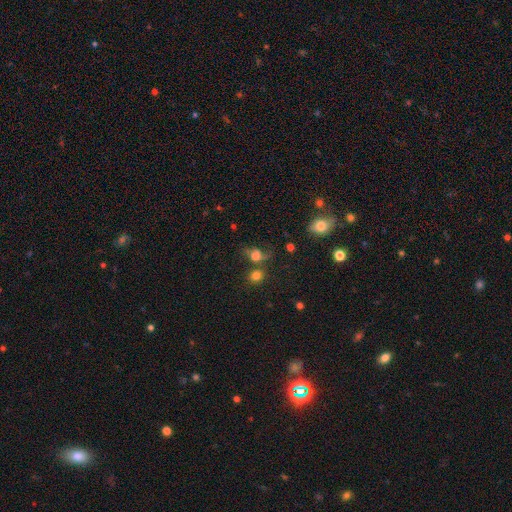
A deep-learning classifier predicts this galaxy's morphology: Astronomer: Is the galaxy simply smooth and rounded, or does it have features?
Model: smooth — 61%.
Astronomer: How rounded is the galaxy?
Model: round — 54% (runner-up: in between, 44%).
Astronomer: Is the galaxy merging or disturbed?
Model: none — 41% (runner-up: major disturbance, 20%).